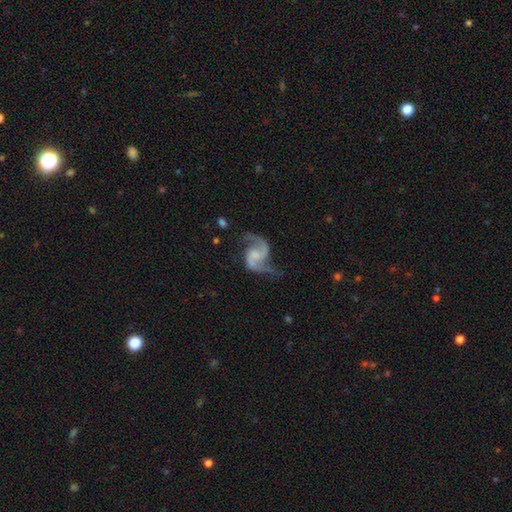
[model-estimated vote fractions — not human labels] featured or disk 91%, star or artifact 4%, smooth 4%. Down the decision tree: edge-on disk — no (98%); bar — no (51%); spiral arms — yes (98%); spiral arm count — 2 (94%); spiral winding — loose (50%); bulge size — none (47%); merging — none (67%).